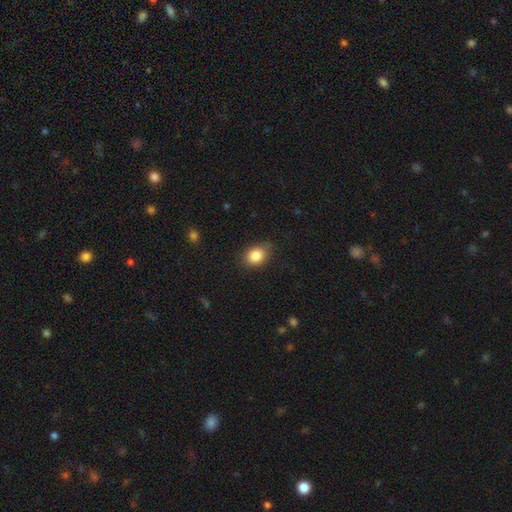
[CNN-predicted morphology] Smooth or featured: smooth — 85% (star or artifact — 9%)
How rounded: in between — 54% (round — 45%)
Merging: none — 78% (minor disturbance — 17%)